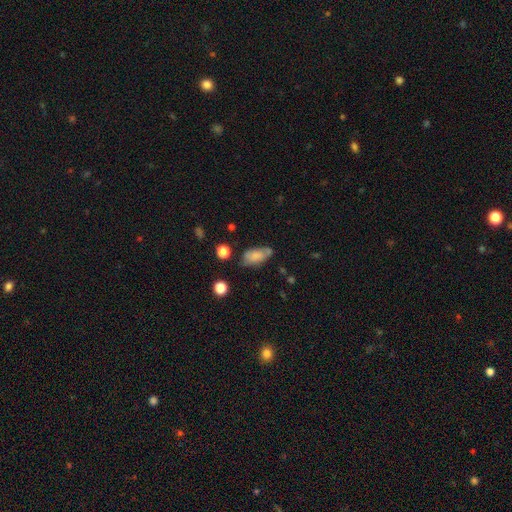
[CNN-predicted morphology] smooth 73%, featured or disk 18%, star or artifact 9%. Down the decision tree: how rounded — in between (87%); merging — none (56%).